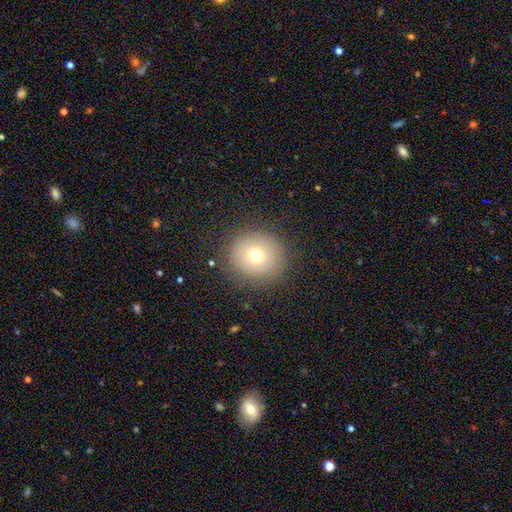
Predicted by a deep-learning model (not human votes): smooth-or-featured: smooth: 68% | featured or disk: 18% | star or artifact: 14%
  how-rounded: round: 88% | in between: 11% | cigar-shaped: 1%
  merging: none: 84% | minor disturbance: 10% | major disturbance: 5% | merger: 1%